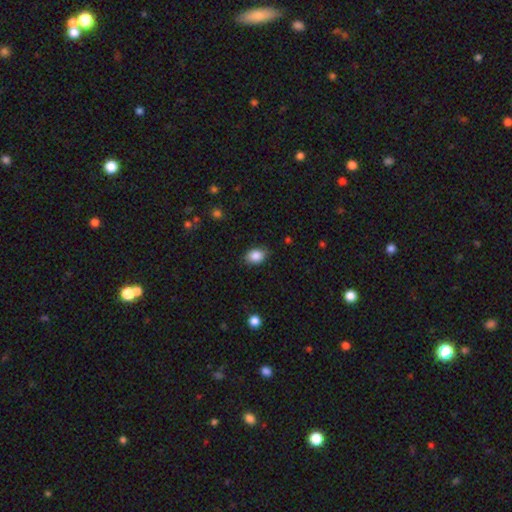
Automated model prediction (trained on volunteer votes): Overall: smooth (87%). How rounded: in between (70%). Merging: none (83%).